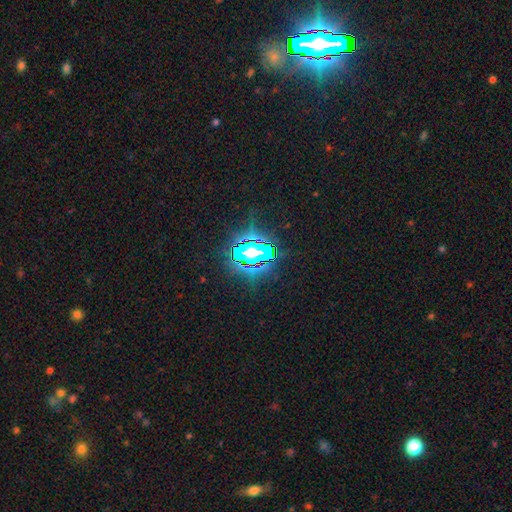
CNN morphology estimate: A star or artifact, not a galaxy (83%).